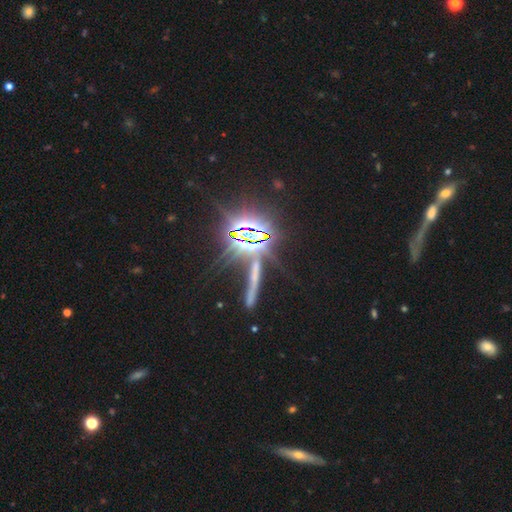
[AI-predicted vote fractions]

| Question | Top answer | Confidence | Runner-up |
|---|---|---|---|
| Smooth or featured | star or artifact | 84% | featured or disk (8%) |